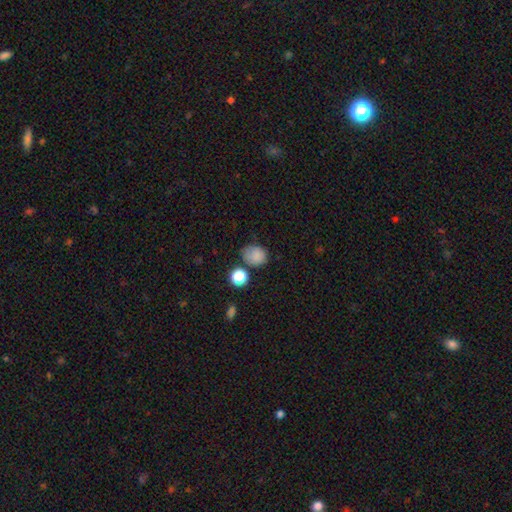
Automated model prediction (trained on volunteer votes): Smooth or featured? smooth (82%)
How rounded? round (58%)
Merging? none (65%)